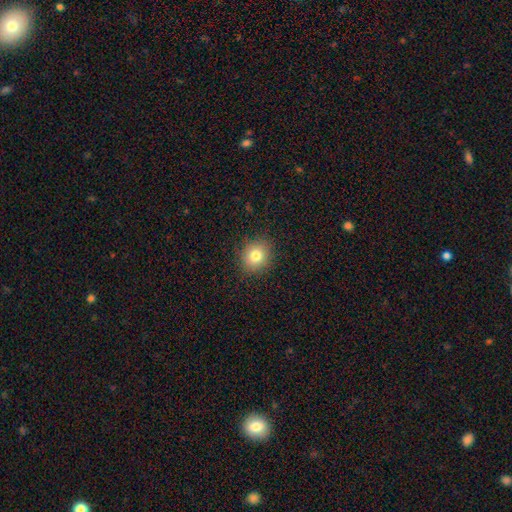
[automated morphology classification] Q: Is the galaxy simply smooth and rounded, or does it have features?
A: smooth — 80%.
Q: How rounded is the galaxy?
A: round — 79%.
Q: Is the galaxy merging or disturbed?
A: none — 89%.